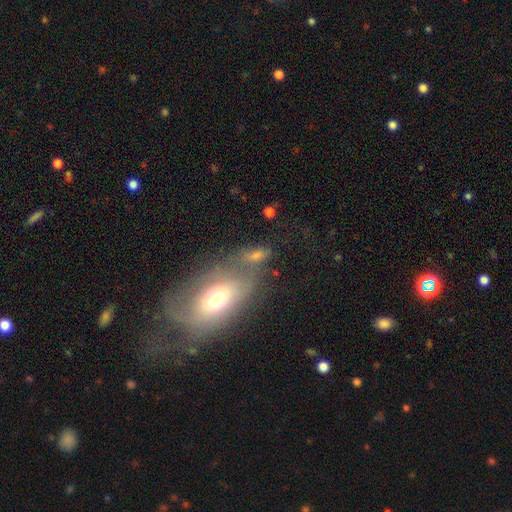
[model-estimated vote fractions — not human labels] Overall: smooth (47%; featured or disk 41%). Merging: none (36%; major disturbance 22%).